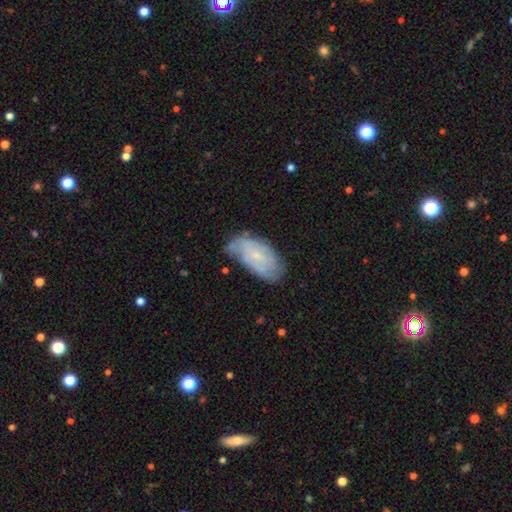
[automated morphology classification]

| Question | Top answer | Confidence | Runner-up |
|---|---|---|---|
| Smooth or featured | featured or disk | 59% | smooth (34%) |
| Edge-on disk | no | 94% | yes (6%) |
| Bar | no | 67% | weak (28%) |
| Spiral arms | yes | 82% | no (18%) |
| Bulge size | small | 73% | moderate (15%) |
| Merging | none | 58% | minor disturbance (30%) |